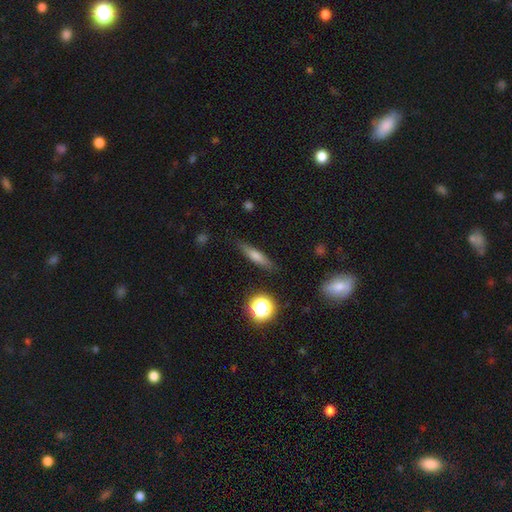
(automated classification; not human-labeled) Overall: smooth (60%; featured or disk 29%). How rounded: cigar-shaped (78%). Merging: none (85%).